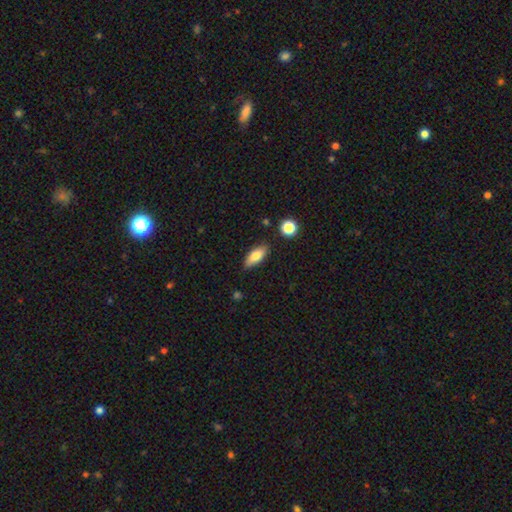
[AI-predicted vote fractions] Smooth or featured? smooth (77%)
How rounded? in between (78%)
Merging? none (83%)